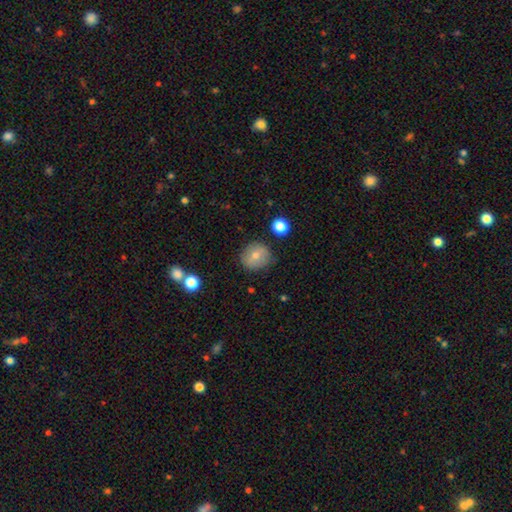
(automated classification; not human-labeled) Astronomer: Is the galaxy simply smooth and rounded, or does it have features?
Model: smooth — 71%.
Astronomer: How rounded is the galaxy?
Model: round — 86%.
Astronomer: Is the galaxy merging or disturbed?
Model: none — 82%.